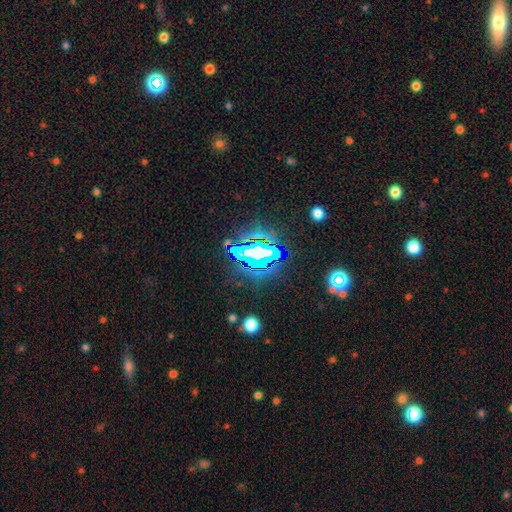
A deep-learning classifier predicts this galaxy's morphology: smooth_or_featured: star or artifact (p=0.75) [alt: featured or disk p=0.13]